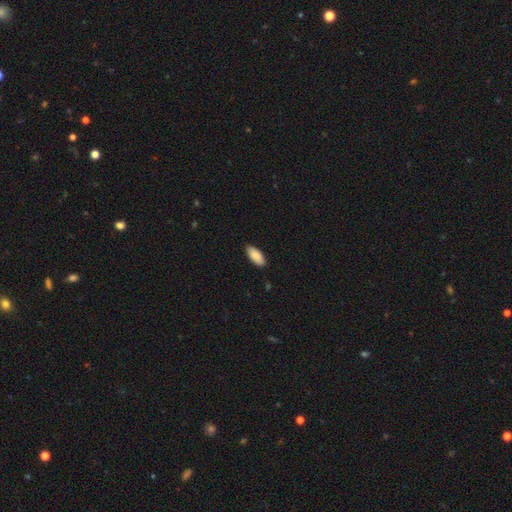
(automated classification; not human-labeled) A smooth galaxy with no disk features (89%) that is in between round and cigar-shaped (89%). Merging: none (88%).